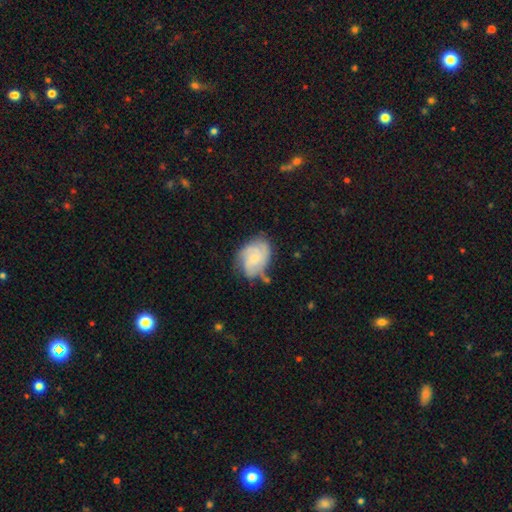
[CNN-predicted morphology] The model was most divided on "spiral arm count": 3: 33%, can't tell: 27%, 2: 20%, 4: 10%, 1: 5%, more than 4: 5%. More confident: edge-on disk — no (98%); spiral arms — yes (91%); bar — no (72%); smooth or featured — featured or disk (69%); bulge size — small (64%); merging — none (53%); spiral winding — tight (50%).